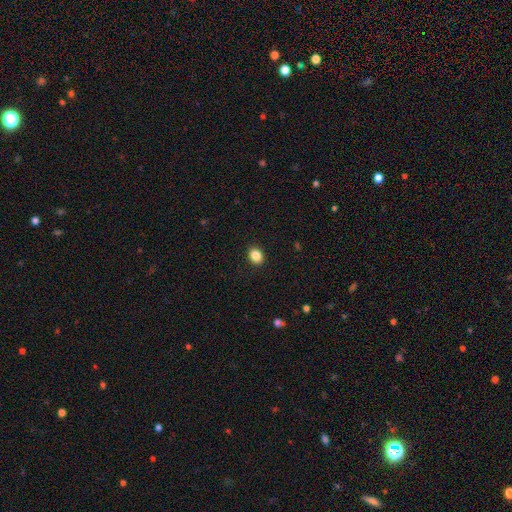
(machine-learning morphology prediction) Overall: smooth (87%). How rounded: in between (51%; round 48%). Merging: none (91%).